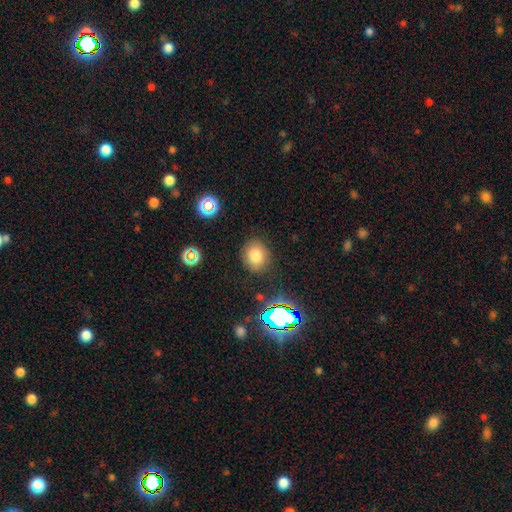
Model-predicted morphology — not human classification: Overall: smooth (77%). How rounded: round (71%). Merging: none (83%).